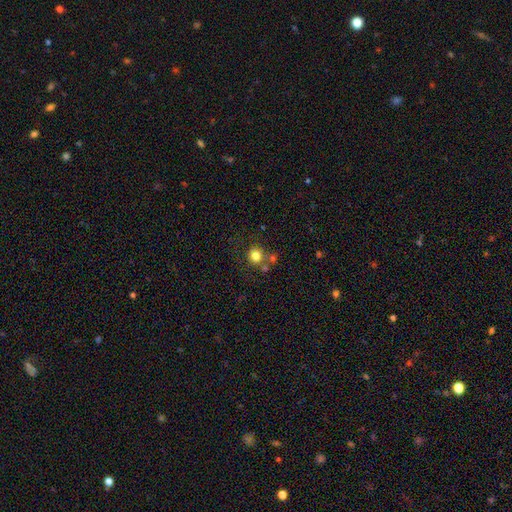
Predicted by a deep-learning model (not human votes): A smooth galaxy with no disk features (79%) that is round (90%). Merging: none (69%).